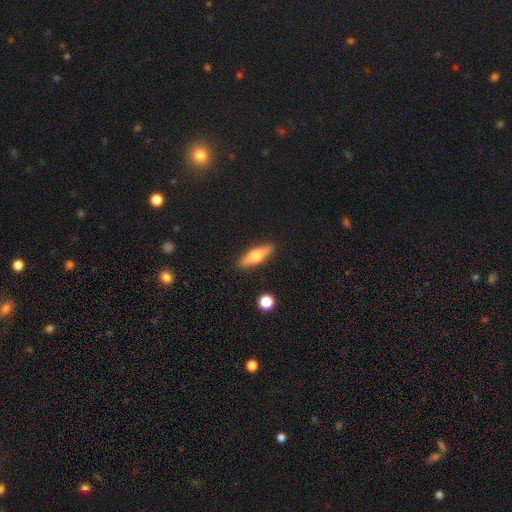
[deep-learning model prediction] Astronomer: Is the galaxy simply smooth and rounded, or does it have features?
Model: smooth — 53% (runner-up: featured or disk, 41%).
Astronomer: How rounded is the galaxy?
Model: cigar-shaped — 56% (runner-up: in between, 41%).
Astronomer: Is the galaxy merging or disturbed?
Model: none — 89%.